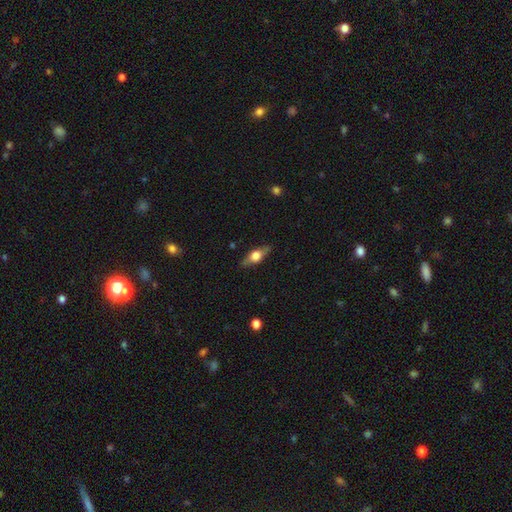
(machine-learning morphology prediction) A featured or disk galaxy (54%) viewed edge-on (91%).

Vote fractions:
- Smooth or featured? featured or disk: 54% / smooth: 40% / star or artifact: 6%
- Edge-on disk? yes: 91% / no: 9%
- Merging? none: 84% / minor disturbance: 12% / major disturbance: 3% / merger: 1%